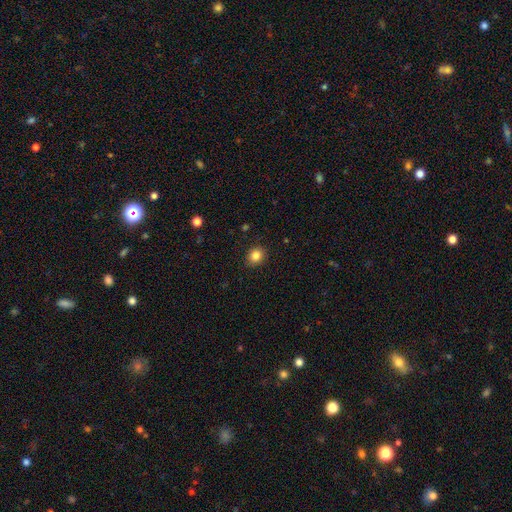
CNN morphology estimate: type=smooth (85%); roundness=round (69%); merging=none (89%).